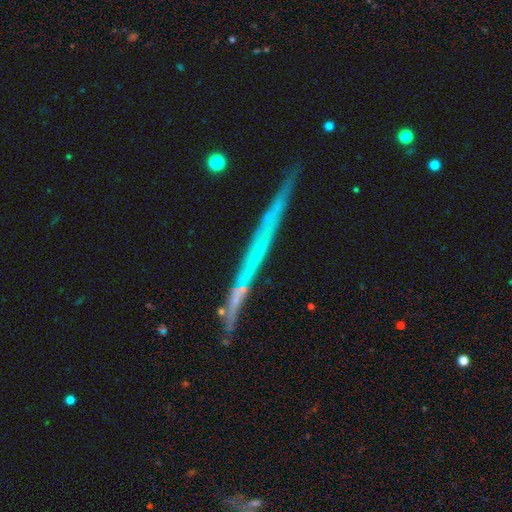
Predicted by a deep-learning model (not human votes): A featured or disk galaxy (61%) viewed edge-on (96%) with no central bulge (92%). Merging: none (86%).